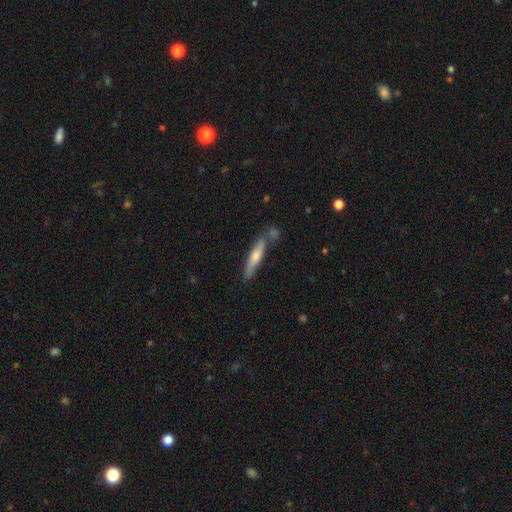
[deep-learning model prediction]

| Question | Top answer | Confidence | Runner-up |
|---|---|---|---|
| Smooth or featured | smooth | 49% | featured or disk (45%) |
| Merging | none | 75% | minor disturbance (13%) |